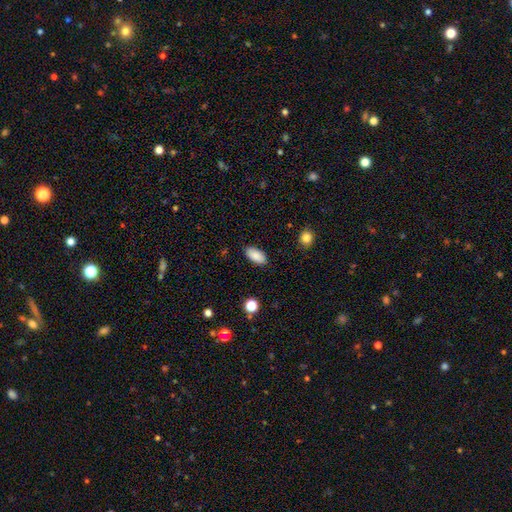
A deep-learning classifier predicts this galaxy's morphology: This appears to be a smooth galaxy with no disk features (89%) that is in between round and cigar-shaped (94%). Merging: none (88%).